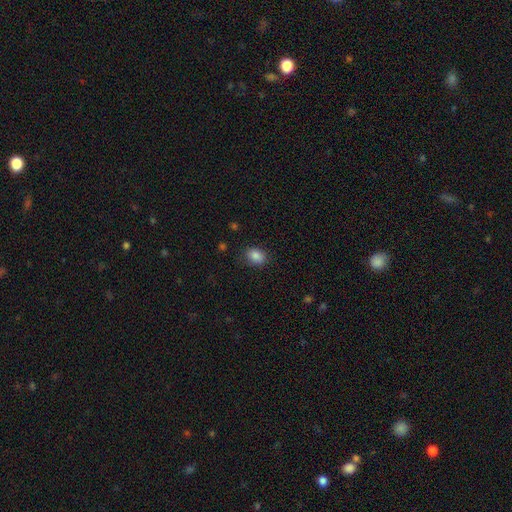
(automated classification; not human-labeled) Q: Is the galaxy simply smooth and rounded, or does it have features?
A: smooth — 86%.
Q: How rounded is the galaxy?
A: in between — 74%.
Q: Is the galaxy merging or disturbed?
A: none — 83%.